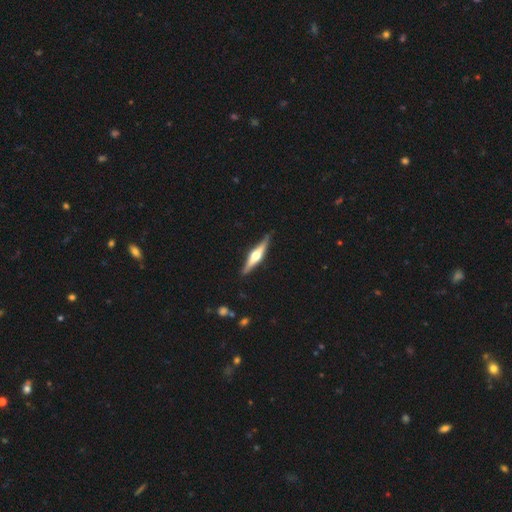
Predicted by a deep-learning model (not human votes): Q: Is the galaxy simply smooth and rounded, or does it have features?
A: featured or disk — 73%.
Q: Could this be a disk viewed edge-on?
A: yes — 97%.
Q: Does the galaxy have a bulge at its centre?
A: rounded — 94%.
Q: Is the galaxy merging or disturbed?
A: none — 89%.